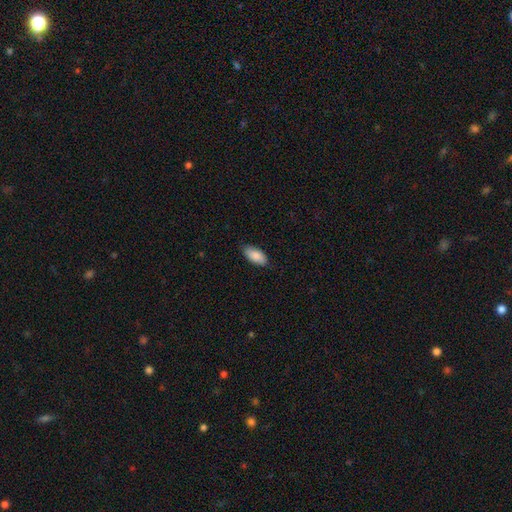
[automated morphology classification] A smooth galaxy with no disk features (88%) that is in between round and cigar-shaped (91%). Merging: none (84%).